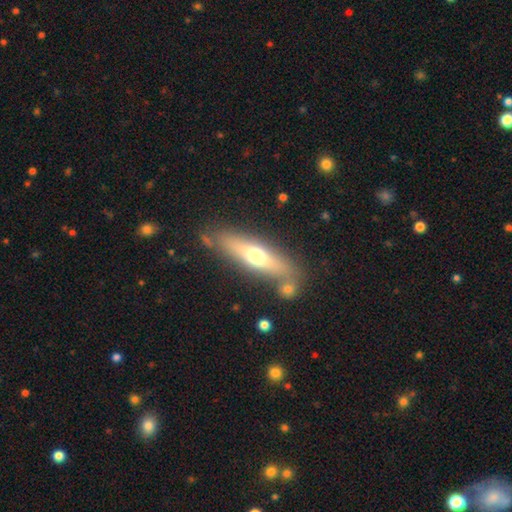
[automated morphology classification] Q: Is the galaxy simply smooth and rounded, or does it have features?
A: smooth — 50%.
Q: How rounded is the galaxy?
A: cigar-shaped — 68%.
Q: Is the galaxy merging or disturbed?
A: none — 72%.